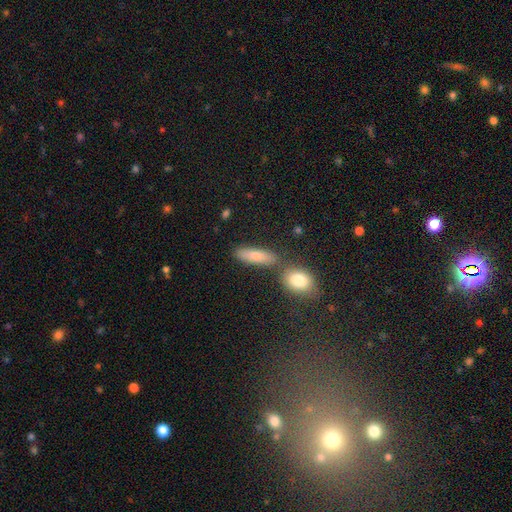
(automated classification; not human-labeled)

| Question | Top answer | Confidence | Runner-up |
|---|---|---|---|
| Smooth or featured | smooth | 79% | featured or disk (13%) |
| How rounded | in between | 53% | cigar-shaped (42%) |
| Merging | none | 68% | merger (16%) |